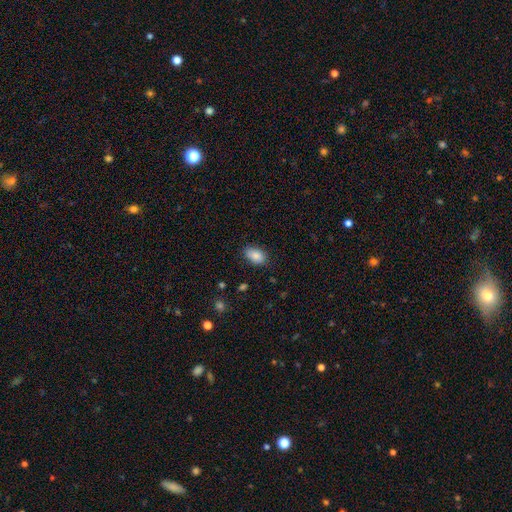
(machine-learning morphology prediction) smooth-or-featured: smooth: 86% | star or artifact: 7% | featured or disk: 7%
  how-rounded: in between: 91% | round: 8% | cigar-shaped: 2%
  merging: none: 81% | minor disturbance: 15% | major disturbance: 3% | merger: 1%